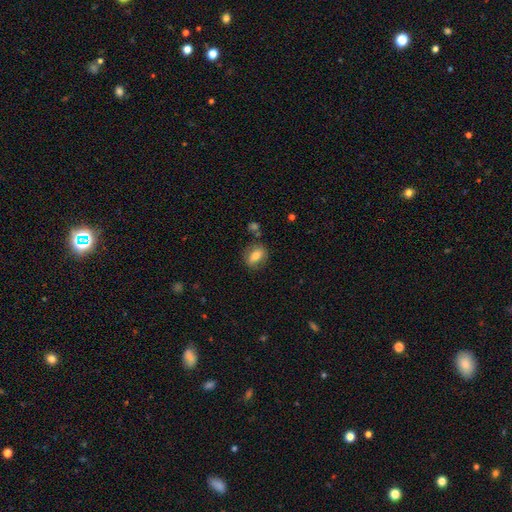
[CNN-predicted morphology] Overall: smooth (69%). How rounded: in between (64%; round 32%). Merging: none (78%).